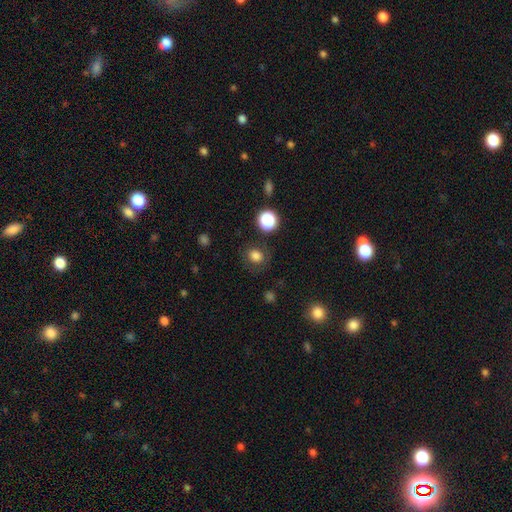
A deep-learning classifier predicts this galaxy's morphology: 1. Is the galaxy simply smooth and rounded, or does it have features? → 79% smooth, 14% star or artifact, 7% featured or disk.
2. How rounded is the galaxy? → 74% round, 25% in between, 1% cigar-shaped.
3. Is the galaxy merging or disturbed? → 79% none, 12% minor disturbance, 6% major disturbance, 3% merger.